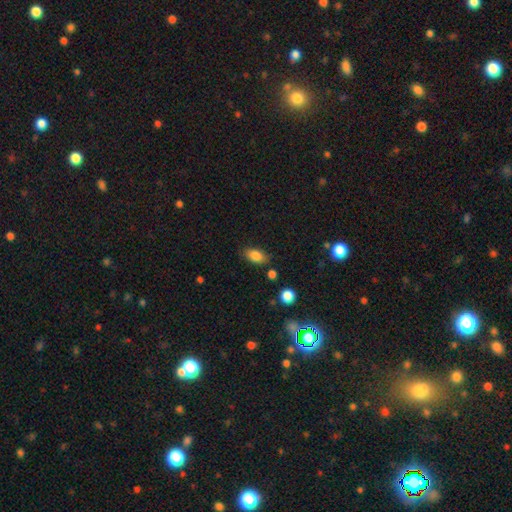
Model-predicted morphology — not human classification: smooth-or-featured: smooth: 84% | star or artifact: 9% | featured or disk: 8%
  how-rounded: in between: 88% | round: 8% | cigar-shaped: 3%
  merging: none: 80% | minor disturbance: 14% | major disturbance: 3% | merger: 3%